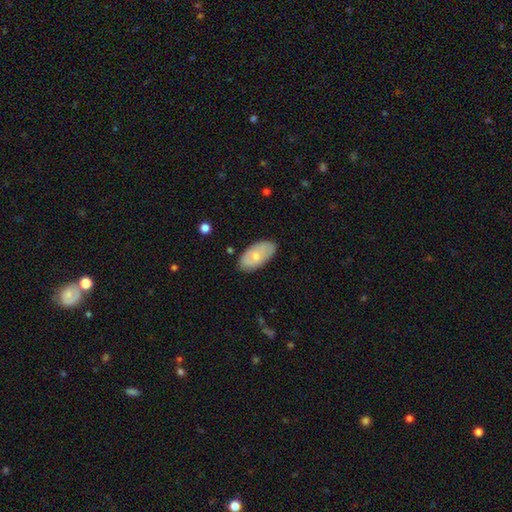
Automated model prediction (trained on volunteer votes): Smooth or featured: smooth — 67% (featured or disk — 27%)
How rounded: in between — 94% (round — 3%)
Merging: none — 78% (minor disturbance — 17%)